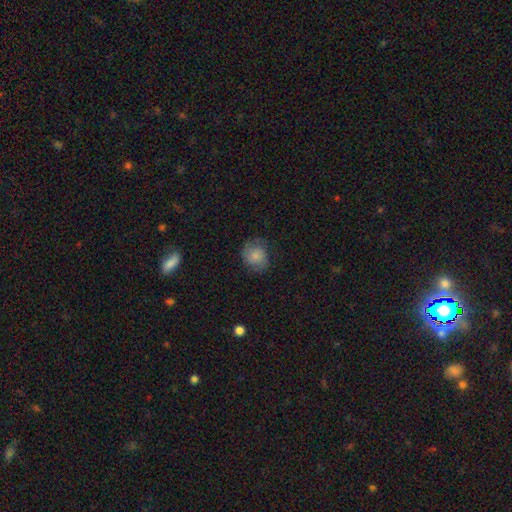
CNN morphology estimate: Smooth or featured? Predicted: smooth (p=0.80). How rounded? Predicted: round (p=0.74). Merging? Predicted: none (p=0.68).